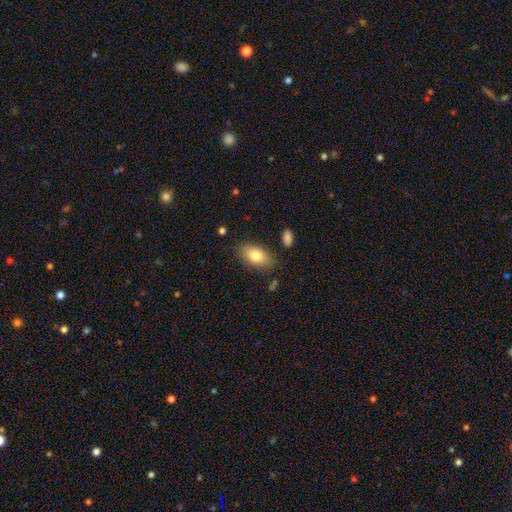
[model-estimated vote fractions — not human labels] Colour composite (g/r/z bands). It shows a smooth galaxy with no disk features (81%) that is in between round and cigar-shaped (90%). Merging: none (81%).